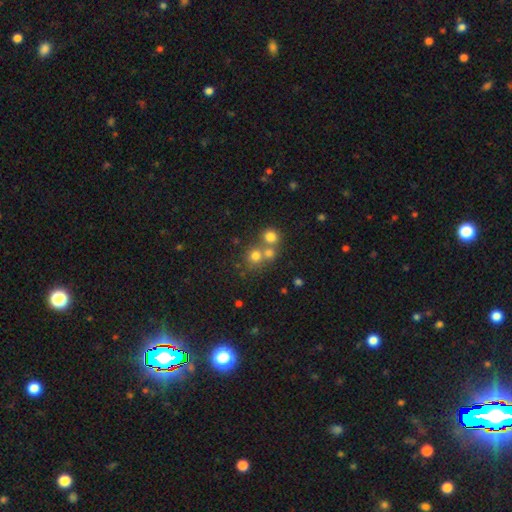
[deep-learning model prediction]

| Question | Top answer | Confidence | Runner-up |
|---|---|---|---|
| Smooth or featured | smooth | 70% | star or artifact (17%) |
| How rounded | round | 85% | in between (14%) |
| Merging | none | 48% | merger (42%) |